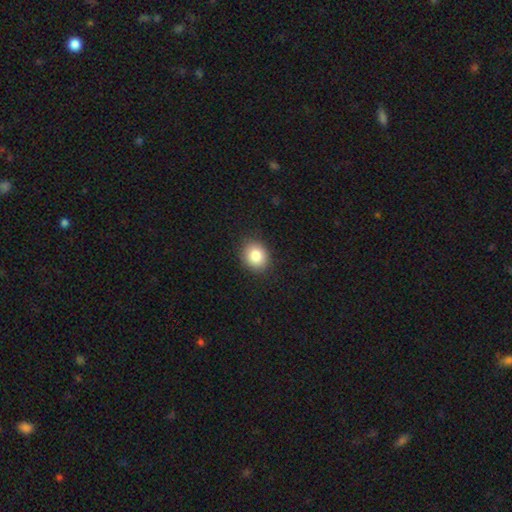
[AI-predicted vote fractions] Smooth or featured: smooth — 84% (star or artifact — 9%)
How rounded: round — 65% (in between — 34%)
Merging: none — 88% (minor disturbance — 8%)